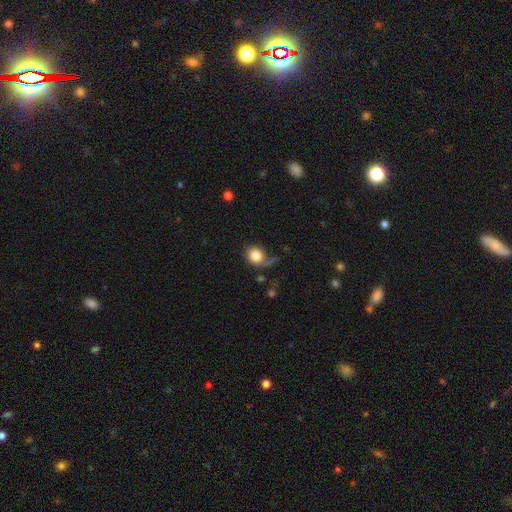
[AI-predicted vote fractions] Morphology: type=smooth (80%); roundness=round (75%); merging=none (44%).